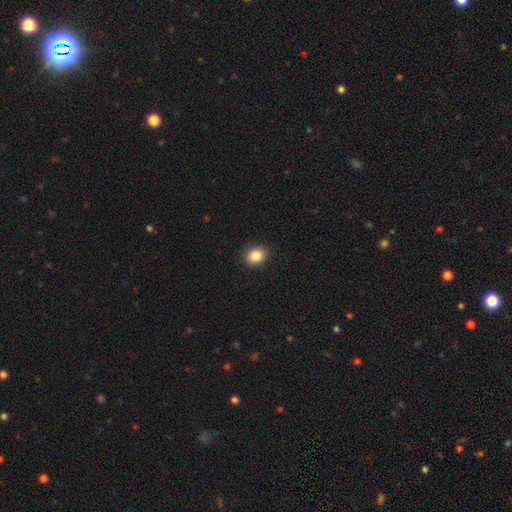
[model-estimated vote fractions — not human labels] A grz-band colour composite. It shows a smooth galaxy with no disk features (87%) that is round (70%). Merging: none (90%).